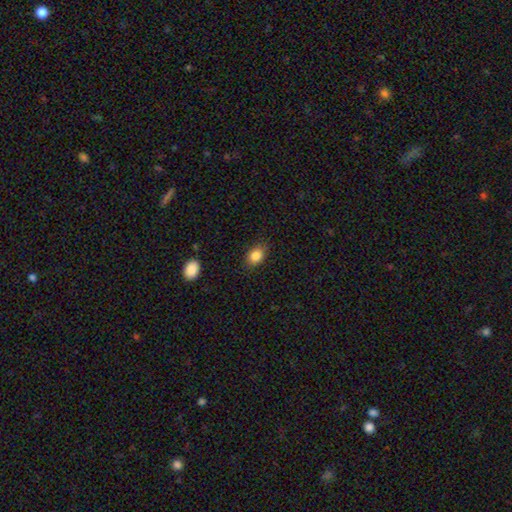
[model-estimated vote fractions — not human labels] Smooth or featured: smooth — 85% (star or artifact — 9%)
How rounded: in between — 70% (round — 28%)
Merging: none — 82% (minor disturbance — 14%)